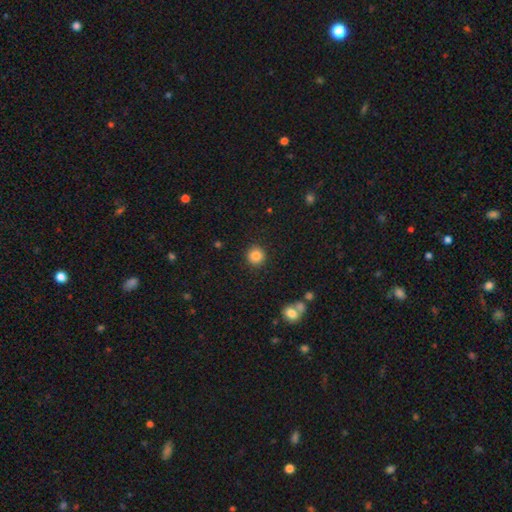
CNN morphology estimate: This is clearly a smooth galaxy (85%). How rounded: clearly round (93%). Merging: clearly none (91%).